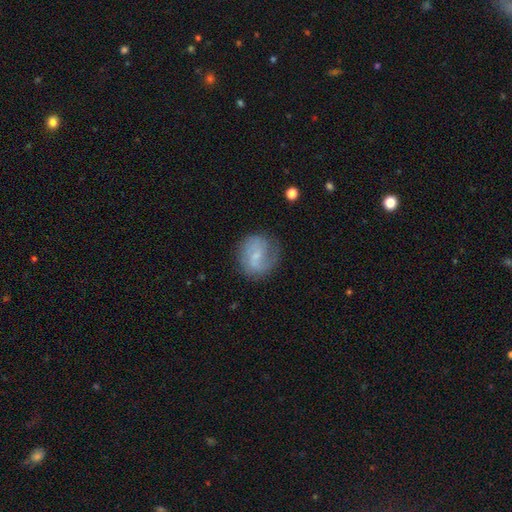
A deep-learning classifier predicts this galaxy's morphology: smooth_or_featured: featured or disk (p=0.57) [alt: smooth p=0.35]
disk_edge_on: no (p=0.97) [alt: yes p=0.03]
bar: weak (p=0.52) [alt: no p=0.37]
has_spiral_arms: yes (p=0.85) [alt: no p=0.15]
bulge_size: small (p=0.61) [alt: moderate p=0.21]
merging: none (p=0.68) [alt: minor disturbance p=0.20]